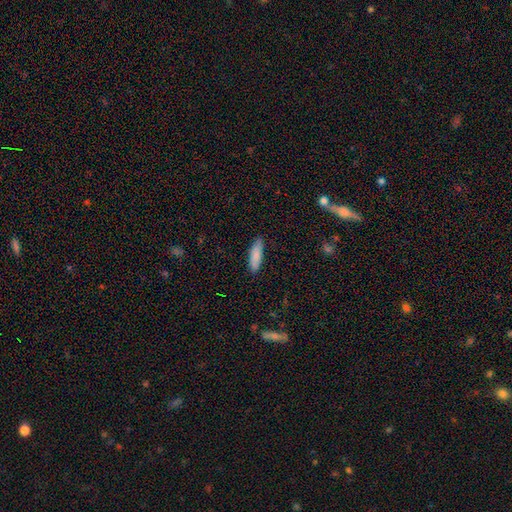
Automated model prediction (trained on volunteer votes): This is clearly a smooth galaxy (85%). How rounded: possibly cigar-shaped (56%). Merging: clearly none (84%).